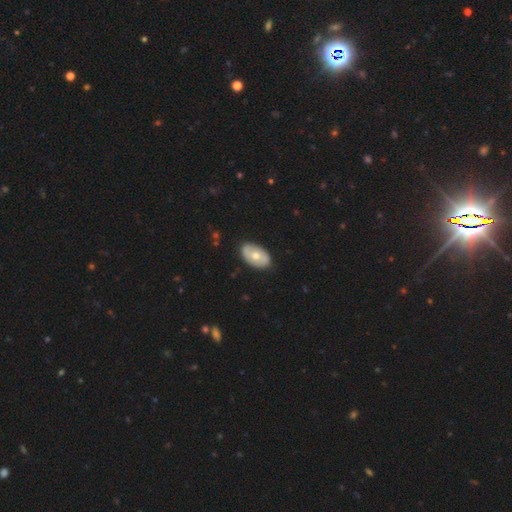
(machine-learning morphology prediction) Smooth or featured: smooth — 61% (featured or disk — 34%)
How rounded: in between — 93% (round — 6%)
Merging: none — 84% (minor disturbance — 13%)